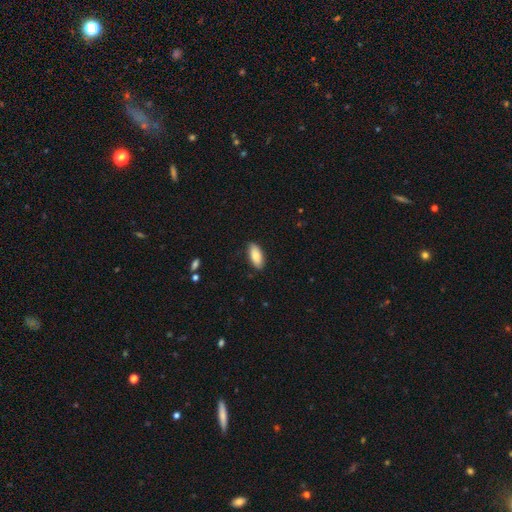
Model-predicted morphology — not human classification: smooth 82%, featured or disk 12%, star or artifact 6%. Down the decision tree: how rounded — in between (86%); merging — none (86%).